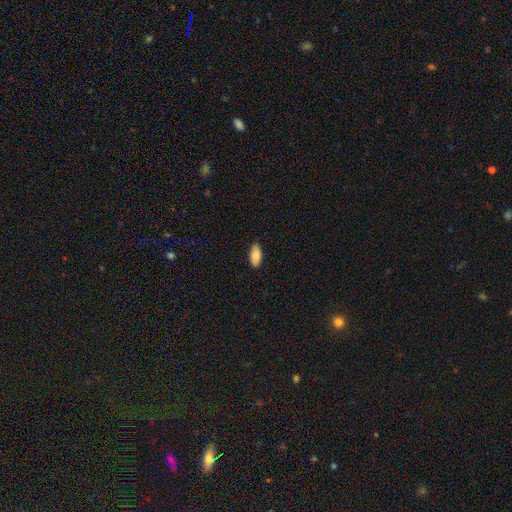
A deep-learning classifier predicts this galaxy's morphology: Smooth or featured?
  - smooth: 82% *
  - featured or disk: 11%
  - star or artifact: 6%
How rounded?
  - in between: 89% *
  - cigar-shaped: 8%
  - round: 2%
Merging?
  - none: 80% *
  - minor disturbance: 16%
  - major disturbance: 2%
  - merger: 1%